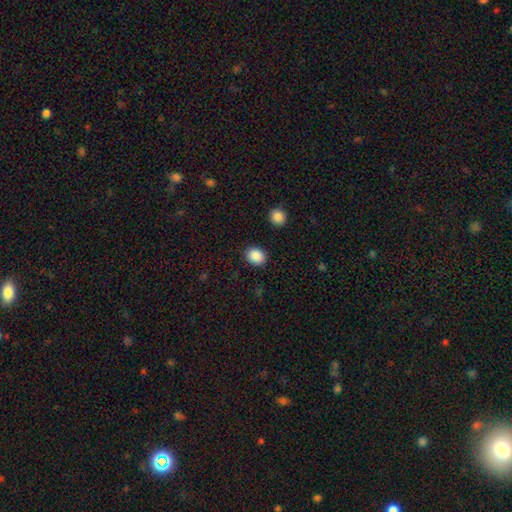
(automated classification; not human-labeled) A smooth galaxy with no disk features (88%) that is round (55%).

Vote fractions:
- Smooth or featured? smooth: 88% / star or artifact: 9% / featured or disk: 3%
- How rounded? round: 55% / in between: 44% / cigar-shaped: 1%
- Merging? none: 88% / minor disturbance: 8% / major disturbance: 3% / merger: 2%